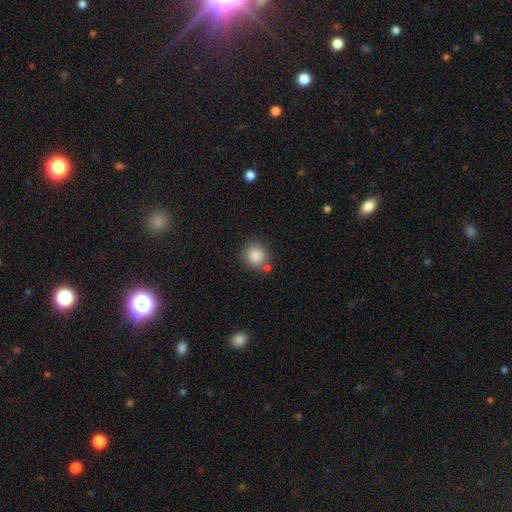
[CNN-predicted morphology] Smooth or featured?
  - smooth: 87% *
  - star or artifact: 9%
  - featured or disk: 4%
How rounded?
  - round: 90% *
  - in between: 9%
  - cigar-shaped: 1%
Merging?
  - none: 76% *
  - minor disturbance: 11%
  - merger: 10%
  - major disturbance: 3%